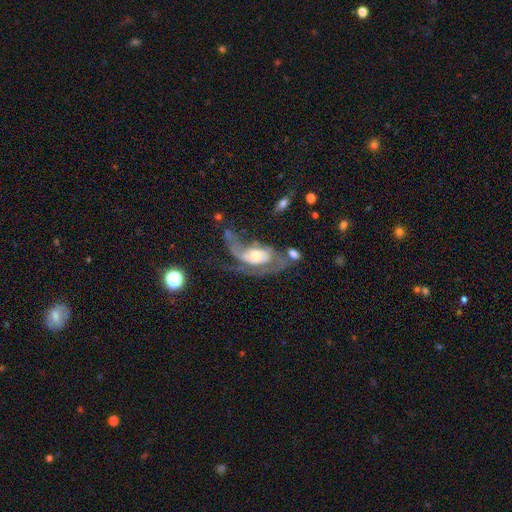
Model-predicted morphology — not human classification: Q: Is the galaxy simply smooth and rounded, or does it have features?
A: featured or disk — 77%.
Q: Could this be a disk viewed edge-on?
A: no — 94%.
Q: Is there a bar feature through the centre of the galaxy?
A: no — 58%.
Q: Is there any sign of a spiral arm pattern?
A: yes — 85%.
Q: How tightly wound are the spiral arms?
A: medium — 41%.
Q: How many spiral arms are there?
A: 2 — 52%.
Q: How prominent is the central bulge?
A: moderate — 47%.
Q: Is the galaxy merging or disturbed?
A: major disturbance — 41%.